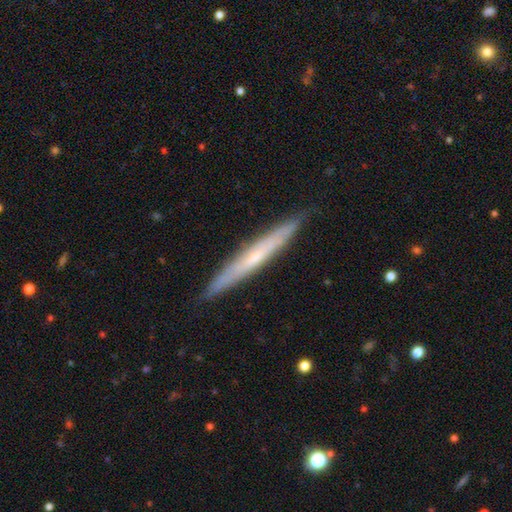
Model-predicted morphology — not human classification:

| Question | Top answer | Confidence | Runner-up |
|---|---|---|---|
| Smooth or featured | featured or disk | 55% | smooth (39%) |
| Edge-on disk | yes | 93% | no (7%) |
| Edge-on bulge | none | 59% | rounded (37%) |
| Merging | none | 90% | minor disturbance (8%) |